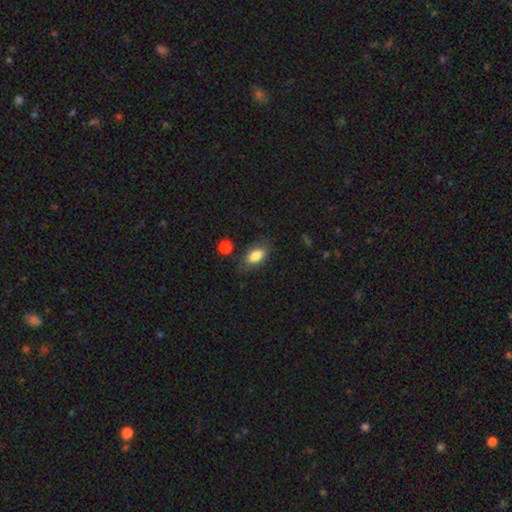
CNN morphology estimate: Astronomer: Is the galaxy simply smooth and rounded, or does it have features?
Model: smooth — 84%.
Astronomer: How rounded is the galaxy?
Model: in between — 90%.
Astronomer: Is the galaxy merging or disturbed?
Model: none — 72%.